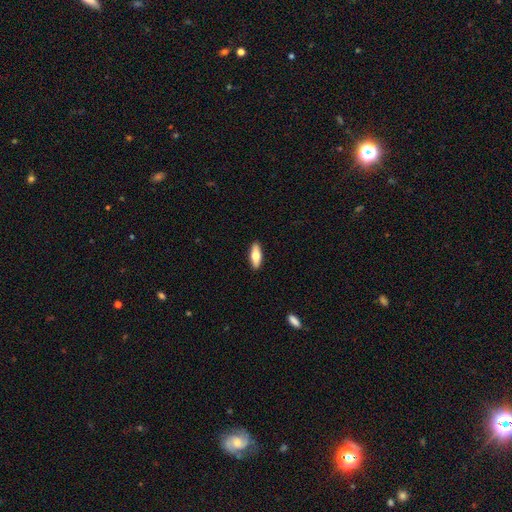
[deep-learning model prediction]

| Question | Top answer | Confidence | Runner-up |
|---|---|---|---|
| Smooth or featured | smooth | 65% | featured or disk (29%) |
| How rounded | in between | 63% | cigar-shaped (35%) |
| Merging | none | 90% | minor disturbance (7%) |